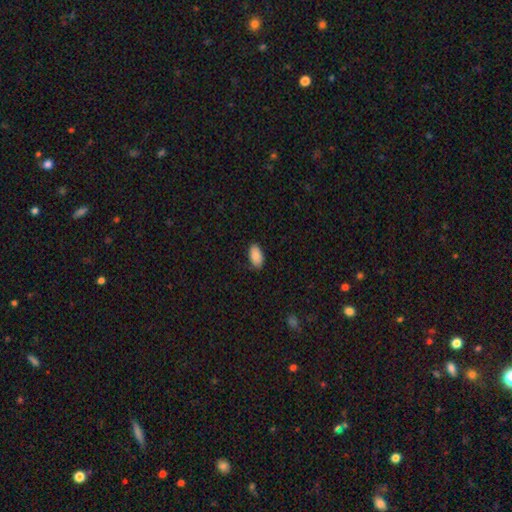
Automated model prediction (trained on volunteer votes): Smooth or featured? smooth (88%)
How rounded? in between (95%)
Merging? none (84%)